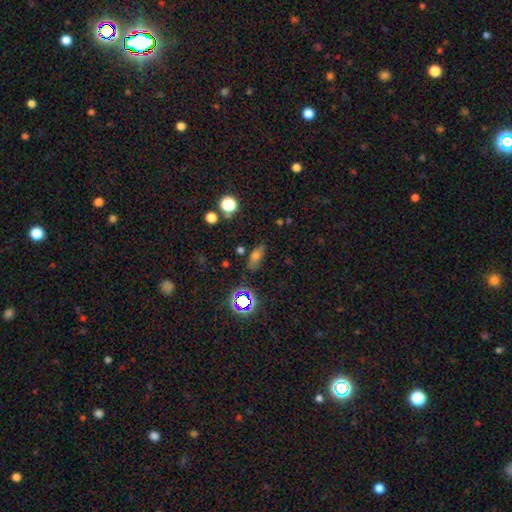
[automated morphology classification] This appears to be a smooth galaxy with no disk features (63%) that is in between round and cigar-shaped (72%). Merging: none (75%).